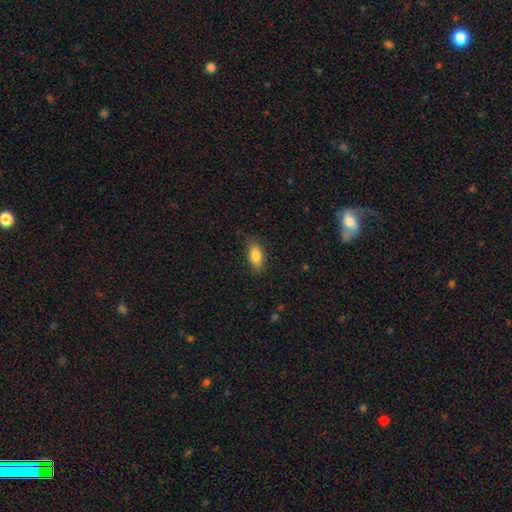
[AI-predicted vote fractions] Overall: smooth (84%). How rounded: in between (88%). Merging: none (80%).